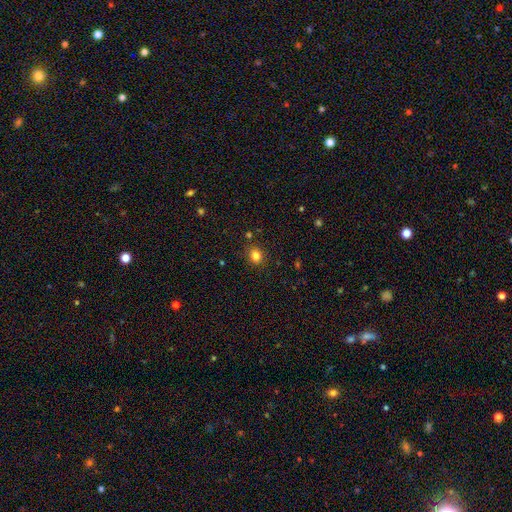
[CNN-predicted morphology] A smooth galaxy with no disk features (82%) that is round (65%). Merging: none (87%).